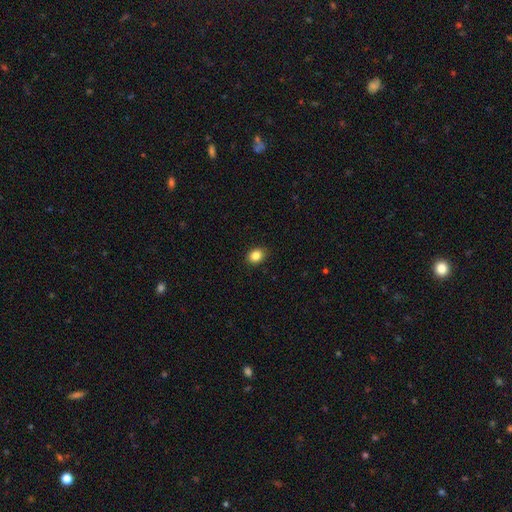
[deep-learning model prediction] Q: Smooth or featured?
A: smooth (85%); runner-up: star or artifact (10%)
Q: How rounded?
A: in between (50%); runner-up: round (49%)
Q: Merging?
A: none (89%); runner-up: minor disturbance (8%)